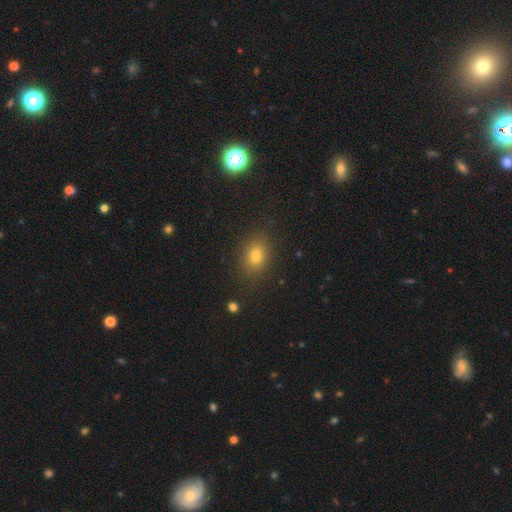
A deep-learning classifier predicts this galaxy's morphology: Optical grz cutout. It shows a smooth galaxy with no disk features (76%) that is in between round and cigar-shaped (65%). Merging: none (86%).